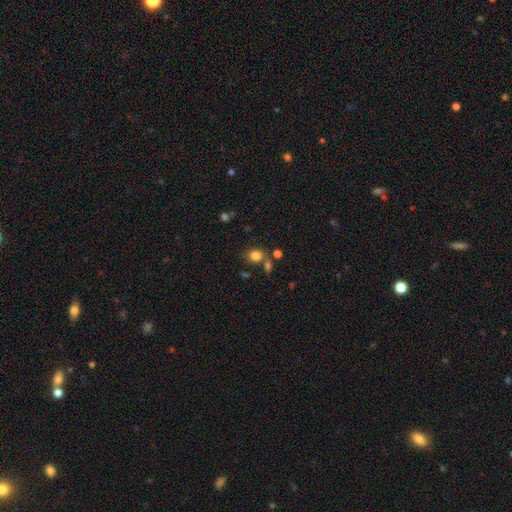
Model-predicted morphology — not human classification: Overall: smooth (81%). How rounded: round (65%; in between 34%). Merging: none (67%).